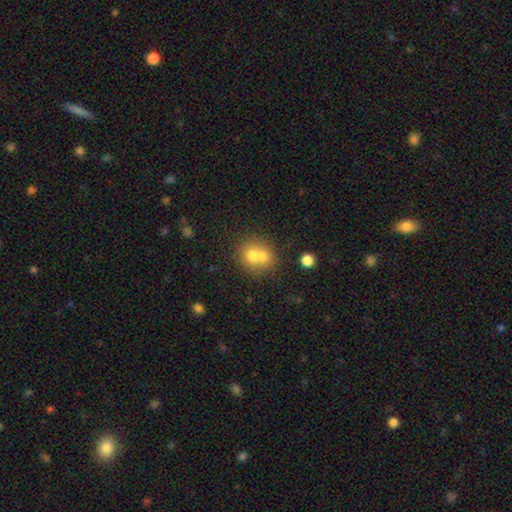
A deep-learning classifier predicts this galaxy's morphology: This appears to be a smooth galaxy with no disk features (68%) that is round (79%). Merging: merger (58%).